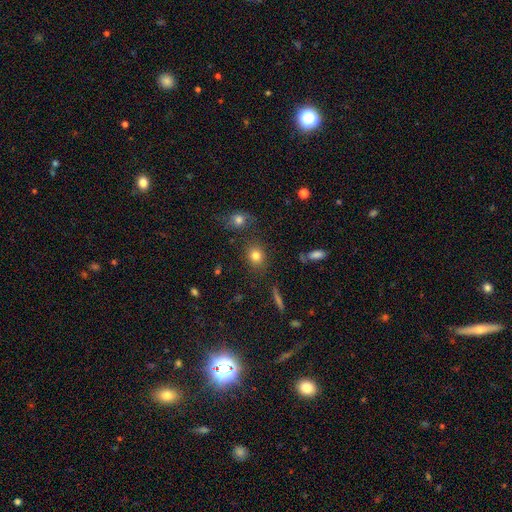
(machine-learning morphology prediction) This appears to be a smooth galaxy with no disk features (80%) that is round (70%). Merging: none (82%).